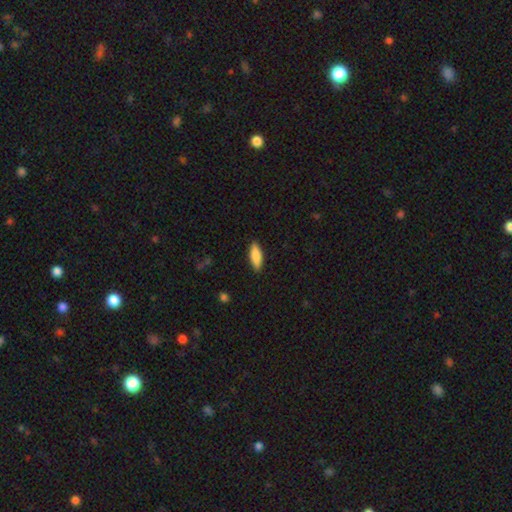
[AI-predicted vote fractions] A smooth galaxy with no disk features (86%) that is in between round and cigar-shaped (61%). Merging: none (89%).